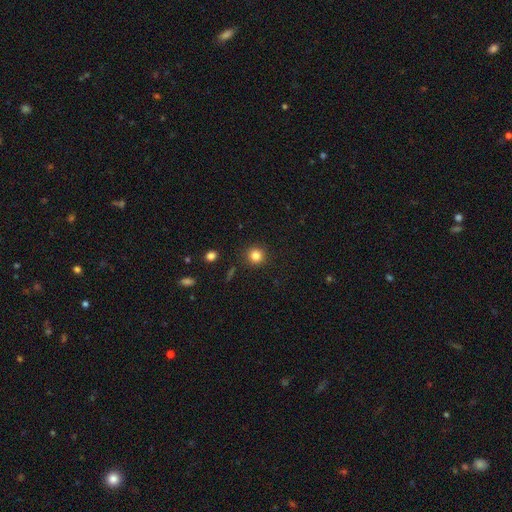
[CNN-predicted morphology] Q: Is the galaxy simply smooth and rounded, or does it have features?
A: smooth — 84%.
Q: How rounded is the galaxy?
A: round — 93%.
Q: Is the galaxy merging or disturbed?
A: none — 90%.